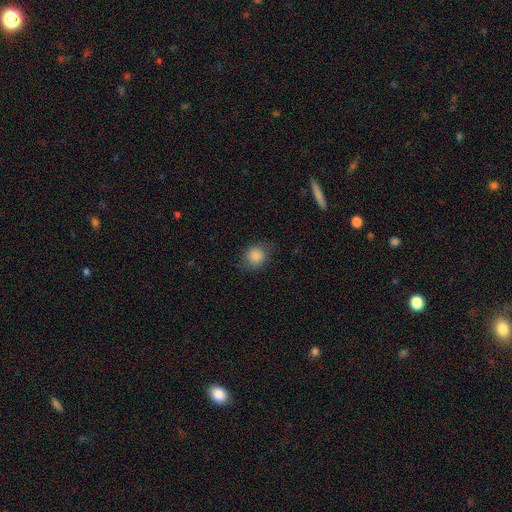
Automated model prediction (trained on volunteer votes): A smooth galaxy with no disk features (86%) that is round (79%). Merging: none (74%).